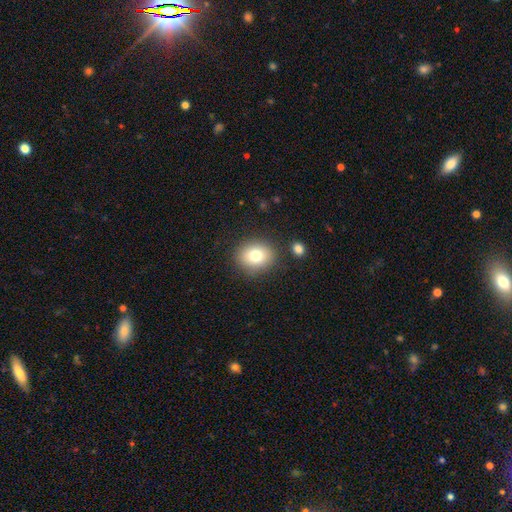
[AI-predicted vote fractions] Smooth or featured? smooth (78%)
How rounded? round (65%)
Merging? none (84%)